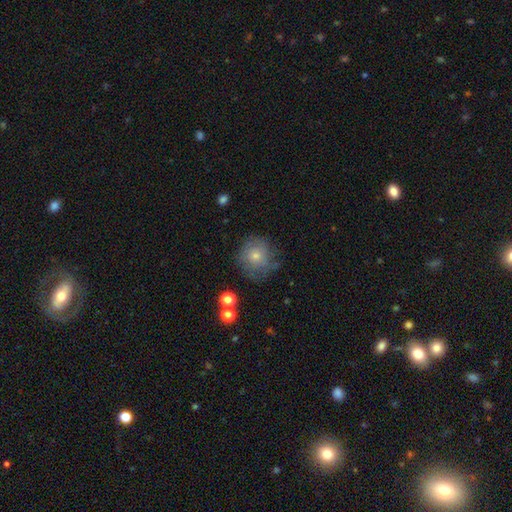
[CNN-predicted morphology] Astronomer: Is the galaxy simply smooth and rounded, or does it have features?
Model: smooth — 53% (runner-up: featured or disk, 33%).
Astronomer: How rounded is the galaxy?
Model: round — 88%.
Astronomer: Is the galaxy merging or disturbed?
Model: none — 69%.